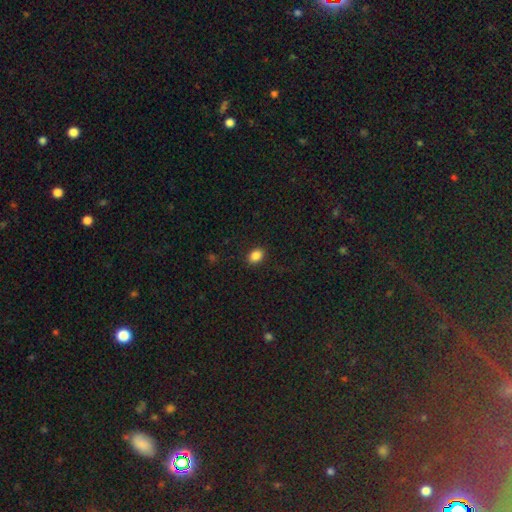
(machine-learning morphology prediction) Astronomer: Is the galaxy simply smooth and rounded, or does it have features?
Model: smooth — 86%.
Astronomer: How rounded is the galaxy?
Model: in between — 66%.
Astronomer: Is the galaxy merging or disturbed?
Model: none — 89%.